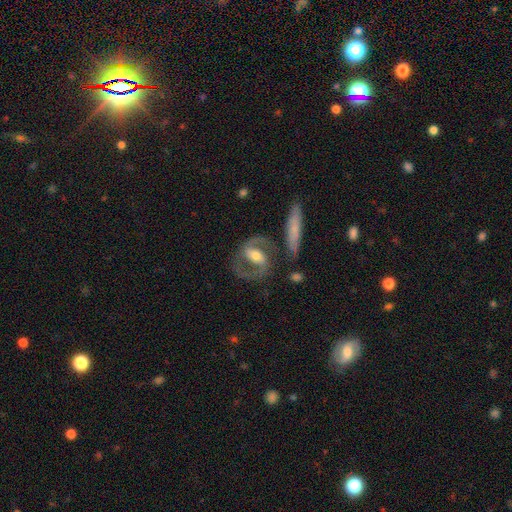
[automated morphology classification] featured or disk 84%, smooth 11%, star or artifact 5%. Down the decision tree: edge-on disk — no (95%); bar — strong (41%); spiral arms — yes (92%); spiral arm count — 2 (91%); spiral winding — medium (61%); bulge size — moderate (65%); merging — none (71%).